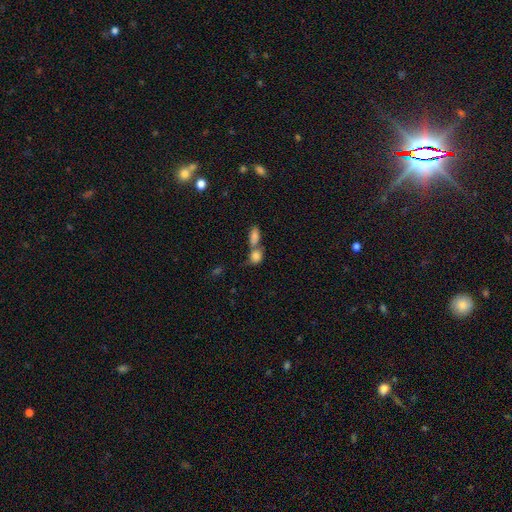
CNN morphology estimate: Smooth or featured?
  - smooth: 83% *
  - star or artifact: 9%
  - featured or disk: 9%
How rounded?
  - in between: 55% *
  - round: 41%
  - cigar-shaped: 4%
Merging?
  - merger: 58% *
  - none: 30%
  - minor disturbance: 8%
  - major disturbance: 4%